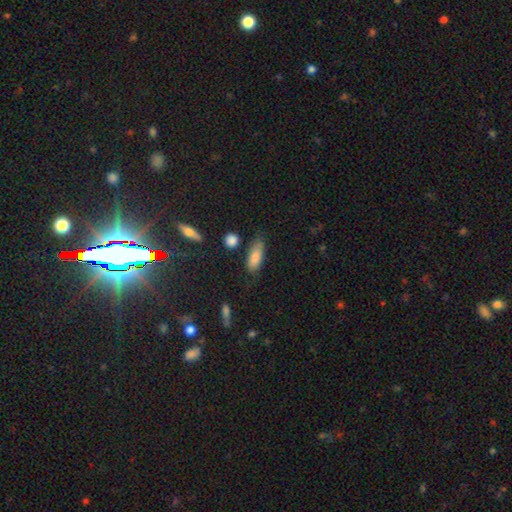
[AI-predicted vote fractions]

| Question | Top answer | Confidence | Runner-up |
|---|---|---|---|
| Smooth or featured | smooth | 82% | featured or disk (11%) |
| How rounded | in between | 73% | cigar-shaped (24%) |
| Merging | none | 65% | minor disturbance (25%) |